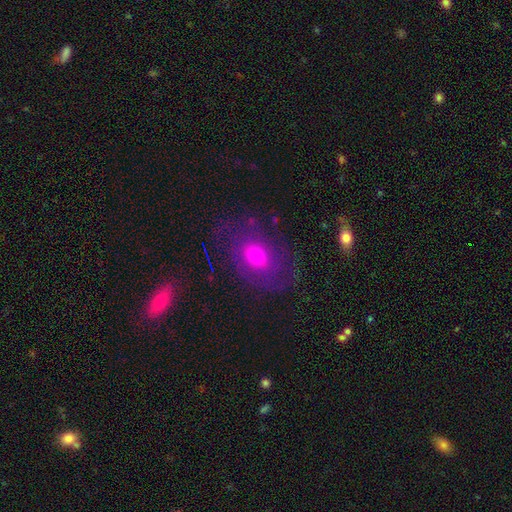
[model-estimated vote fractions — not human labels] smooth_or_featured: featured or disk (p=0.47) [alt: smooth p=0.42]
merging: none (p=0.67) [alt: minor disturbance p=0.18]